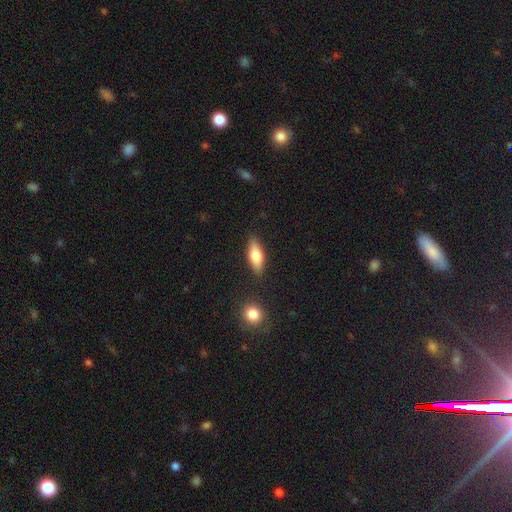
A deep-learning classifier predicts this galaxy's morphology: This appears to be a smooth galaxy with no disk features (70%) that is in between round and cigar-shaped (68%). Merging: none (84%).